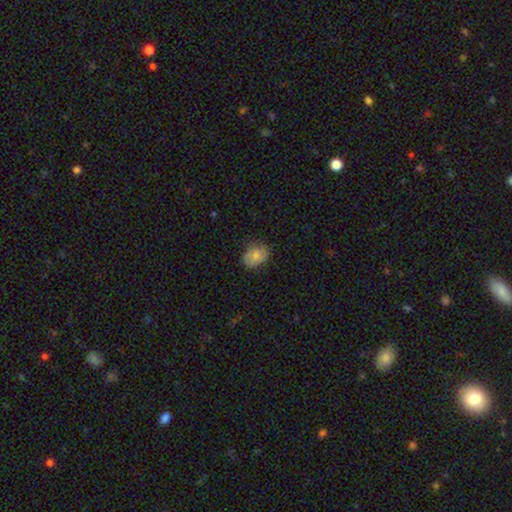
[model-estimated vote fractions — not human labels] This appears to be a smooth galaxy with no disk features (78%) that is in between round and cigar-shaped (62%). Merging: none (72%).